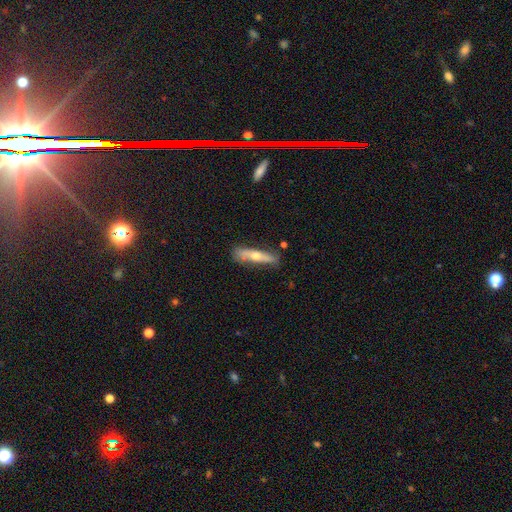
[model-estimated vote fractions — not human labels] A smooth galaxy with no disk features (49%).

Vote fractions:
- Smooth or featured? smooth: 49% / featured or disk: 45% / star or artifact: 6%
- Merging? none: 75% / minor disturbance: 18% / major disturbance: 4% / merger: 3%